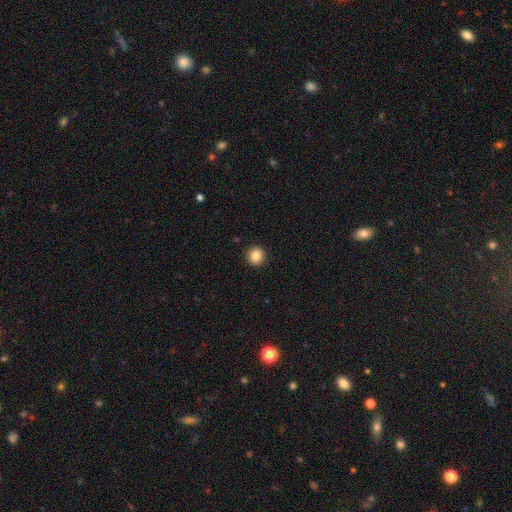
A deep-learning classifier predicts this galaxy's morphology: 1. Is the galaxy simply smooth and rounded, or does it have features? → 86% smooth, 10% star or artifact, 4% featured or disk.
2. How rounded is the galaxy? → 93% round, 6% in between, 1% cigar-shaped.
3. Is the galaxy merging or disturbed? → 92% none, 5% minor disturbance, 2% major disturbance, 1% merger.